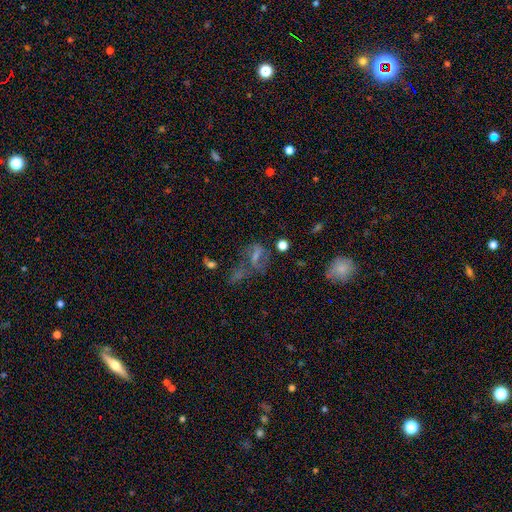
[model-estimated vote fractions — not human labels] Smooth or featured? featured or disk (41%)
Merging? none (36%)